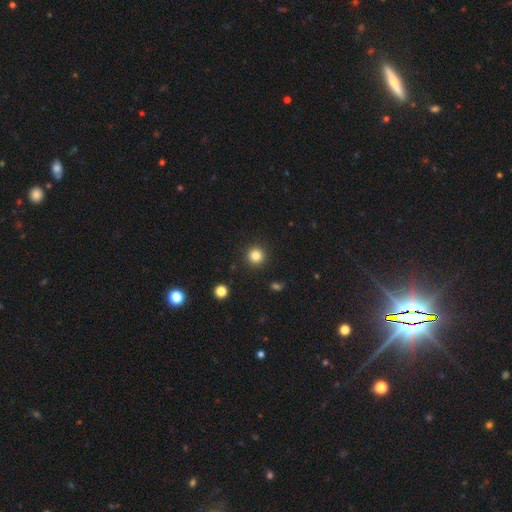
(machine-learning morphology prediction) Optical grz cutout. It shows a smooth galaxy with no disk features (83%) that is round (95%). Merging: none (92%).